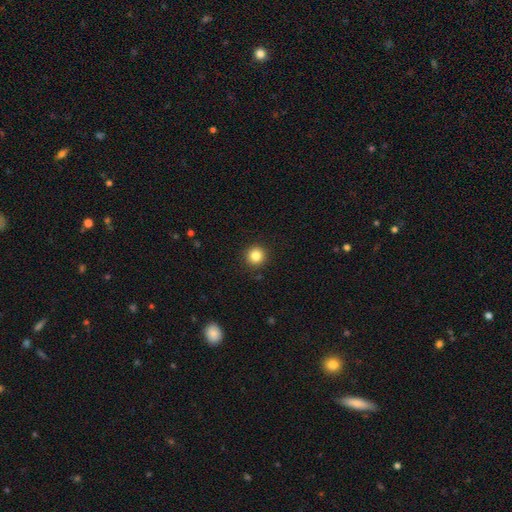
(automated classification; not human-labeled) smooth 84%, star or artifact 11%, featured or disk 5%. Down the decision tree: how rounded — round (94%); merging — none (92%).